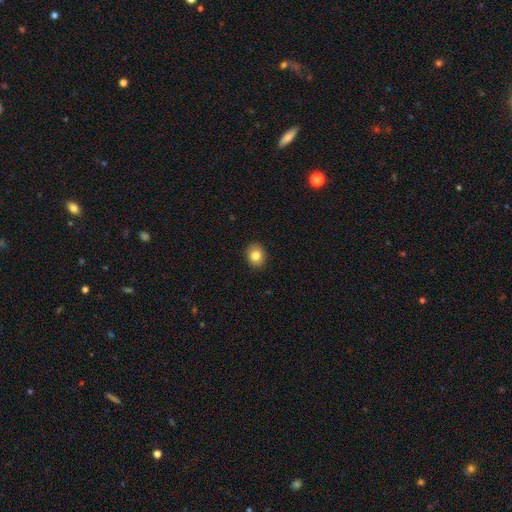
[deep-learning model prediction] smooth 82%, star or artifact 10%, featured or disk 8%. Down the decision tree: how rounded — round (62%); merging — none (90%).